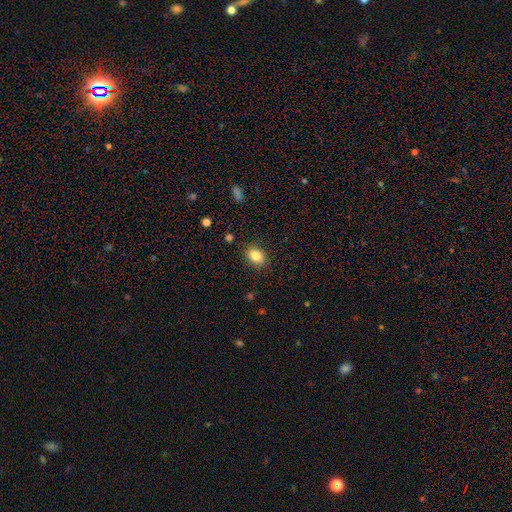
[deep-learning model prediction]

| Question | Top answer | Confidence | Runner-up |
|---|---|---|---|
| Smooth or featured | smooth | 84% | star or artifact (9%) |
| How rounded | in between | 74% | round (25%) |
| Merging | none | 85% | minor disturbance (11%) |